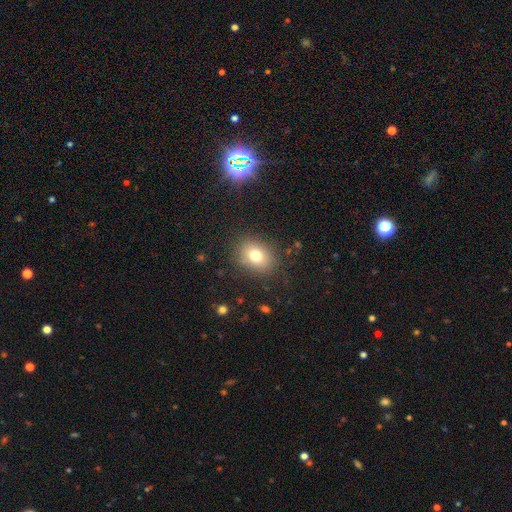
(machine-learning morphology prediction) A smooth galaxy with no disk features (76%) that is in between round and cigar-shaped (54%).

Vote fractions:
- Smooth or featured? smooth: 76% / star or artifact: 12% / featured or disk: 12%
- How rounded? in between: 54% / round: 45% / cigar-shaped: 1%
- Merging? none: 84% / minor disturbance: 11% / major disturbance: 4% / merger: 1%